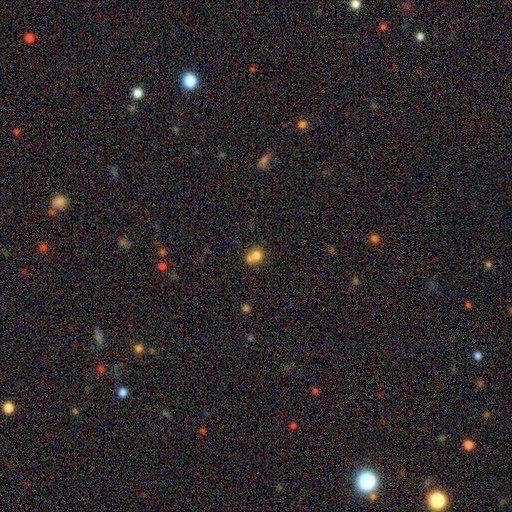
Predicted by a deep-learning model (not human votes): Overall: smooth (75%). How rounded: round (68%; in between 31%). Merging: merger (45%; none 35%).